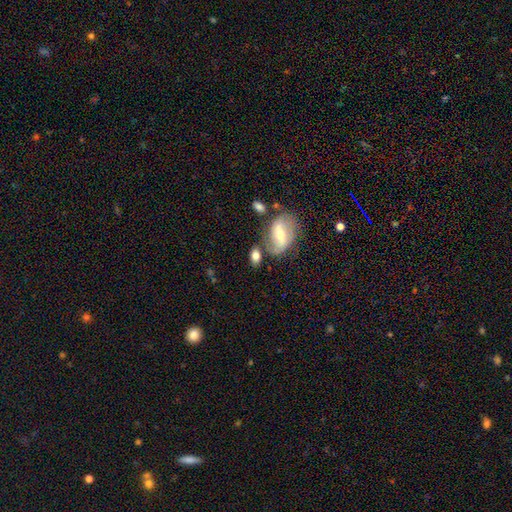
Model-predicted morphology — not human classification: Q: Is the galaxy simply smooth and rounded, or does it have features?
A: smooth — 64%.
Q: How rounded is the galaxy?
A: in between — 80%.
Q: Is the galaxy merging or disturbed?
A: none — 58%.